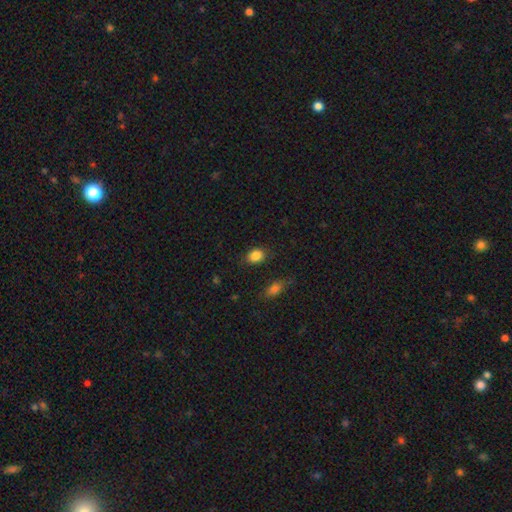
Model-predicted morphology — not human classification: Smooth or featured? Predicted: smooth (p=0.85). How rounded? Predicted: in between (p=0.55). Merging? Predicted: none (p=0.83).